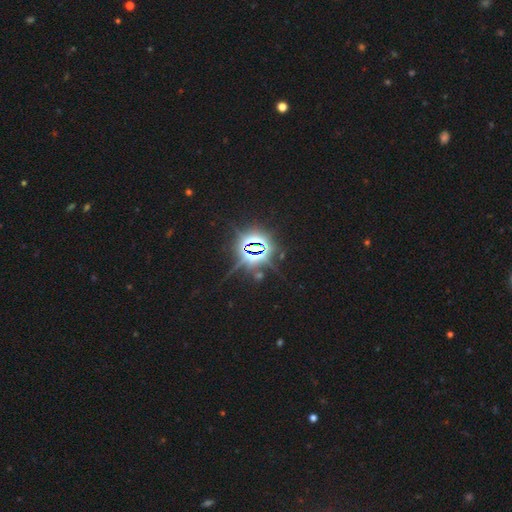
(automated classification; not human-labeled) smooth-or-featured: star or artifact: 86% | smooth: 7% | featured or disk: 6%